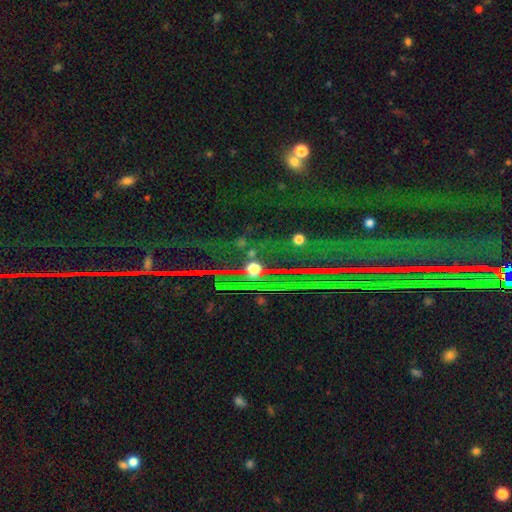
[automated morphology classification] Q: Smooth or featured?
A: star or artifact (79%); runner-up: featured or disk (13%)